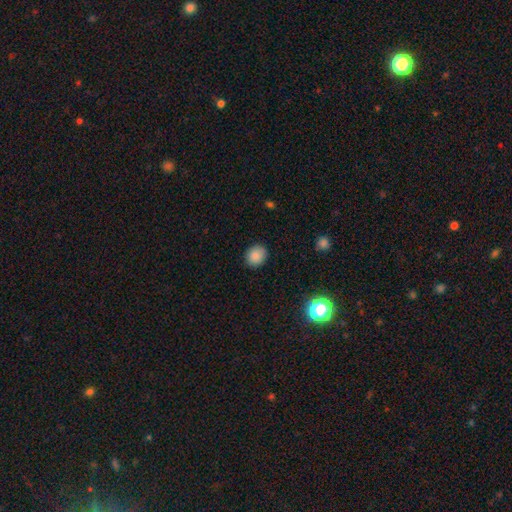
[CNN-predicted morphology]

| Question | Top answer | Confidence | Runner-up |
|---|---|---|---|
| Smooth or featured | smooth | 86% | star or artifact (10%) |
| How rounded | round | 74% | in between (26%) |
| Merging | none | 88% | minor disturbance (9%) |